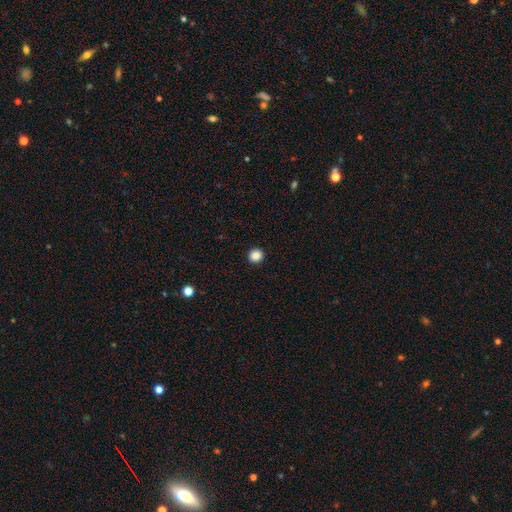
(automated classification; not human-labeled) The model was most divided on "smooth or featured": smooth: 87%, star or artifact: 10%, featured or disk: 3%. More confident: merging — none (93%); how rounded — round (93%).